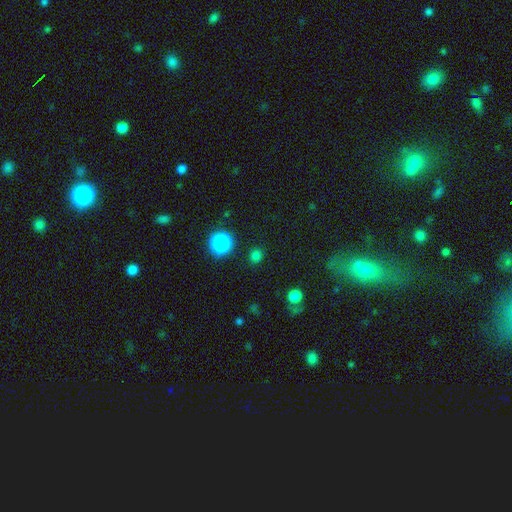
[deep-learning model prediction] smooth 74%, star or artifact 22%, featured or disk 4%. Down the decision tree: how rounded — round (88%); merging — none (88%).